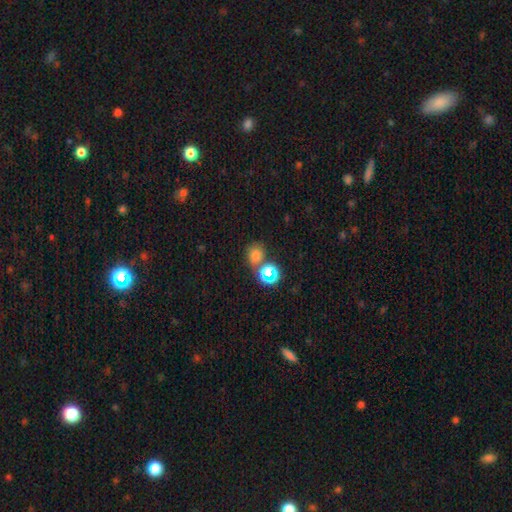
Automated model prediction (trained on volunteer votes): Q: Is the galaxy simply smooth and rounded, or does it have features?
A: smooth — 70%.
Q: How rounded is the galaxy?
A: round — 66%.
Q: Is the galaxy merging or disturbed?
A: none — 59%.